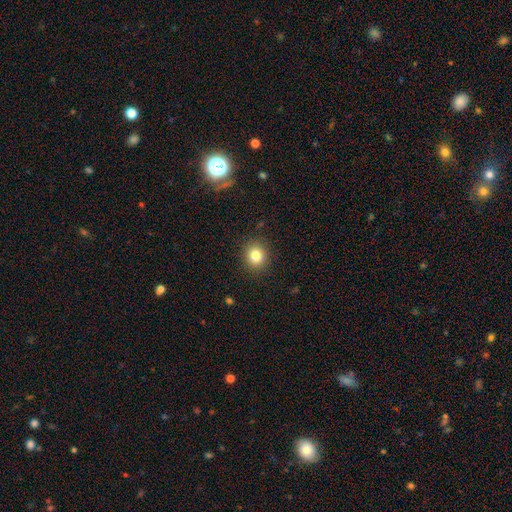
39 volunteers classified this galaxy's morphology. smooth 90%, featured or disk 5%, star or artifact 5%. Down the decision tree: how rounded — round (74%); merging — none (95%).